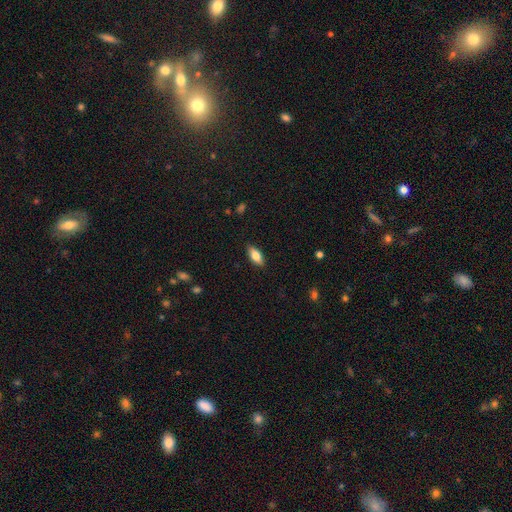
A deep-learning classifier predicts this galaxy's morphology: smooth_or_featured: smooth (p=0.77) [alt: featured or disk p=0.17]
how_rounded: in between (p=0.81) [alt: cigar-shaped p=0.16]
merging: none (p=0.88) [alt: minor disturbance p=0.09]